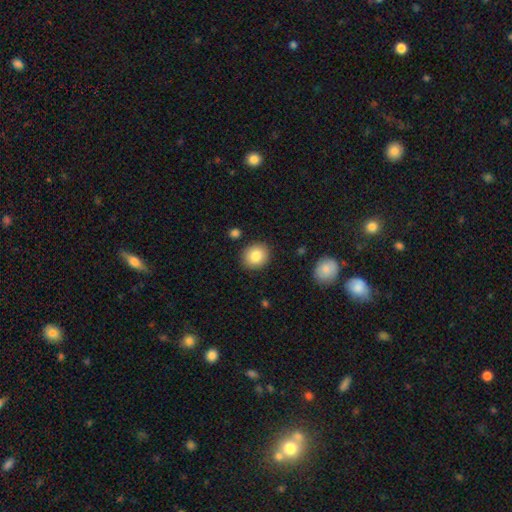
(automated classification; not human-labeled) A smooth galaxy with no disk features (84%) that is round (76%).

Vote fractions:
- Smooth or featured? smooth: 84% / star or artifact: 8% / featured or disk: 7%
- How rounded? round: 76% / in between: 23% / cigar-shaped: 1%
- Merging? none: 88% / minor disturbance: 8% / major disturbance: 2% / merger: 2%